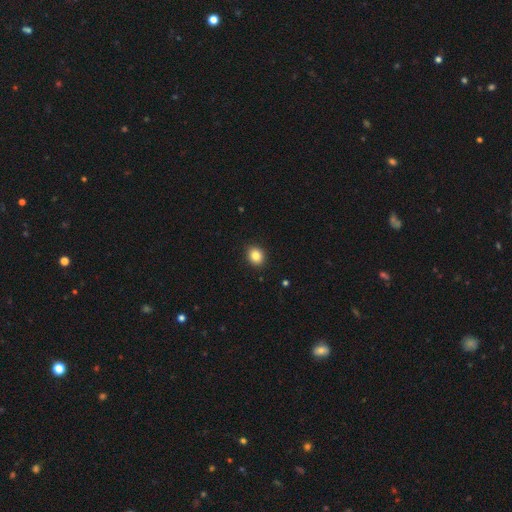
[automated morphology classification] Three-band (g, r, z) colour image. It shows a smooth galaxy with no disk features (84%) that is round (63%). Merging: none (91%).